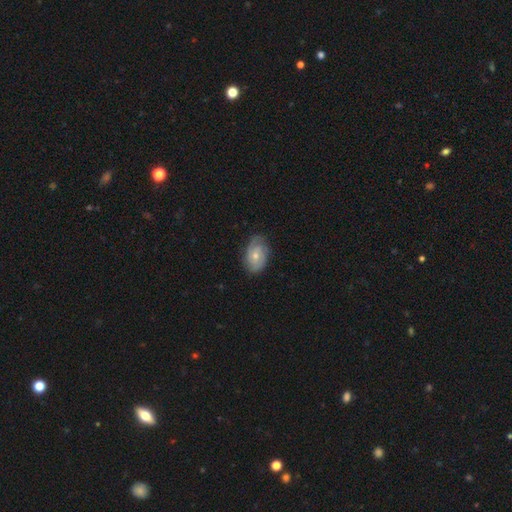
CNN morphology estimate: Smooth or featured?
  - featured or disk: 62% *
  - smooth: 31%
  - star or artifact: 6%
Edge-on disk?
  - no: 96% *
  - yes: 4%
Bar?
  - no: 69% *
  - weak: 27%
  - strong: 4%
Spiral arms?
  - yes: 88% *
  - no: 12%
Spiral winding?
  - tight: 56% *
  - medium: 33%
  - loose: 12%
Spiral arm count?
  - 2: 40% *
  - can't tell: 32%
  - 3: 14%
  - 1: 8%
  - 4: 4%
  - more than 4: 3%
Bulge size?
  - moderate: 49% *
  - small: 47%
  - large: 2%
  - none: 2%
  - dominant: 1%
Merging?
  - none: 73% *
  - minor disturbance: 20%
  - major disturbance: 5%
  - merger: 1%